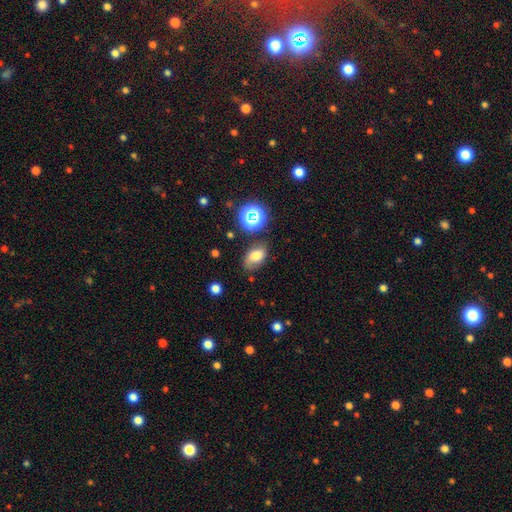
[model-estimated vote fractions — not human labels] Overall: smooth (69%). How rounded: in between (87%). Merging: none (71%).